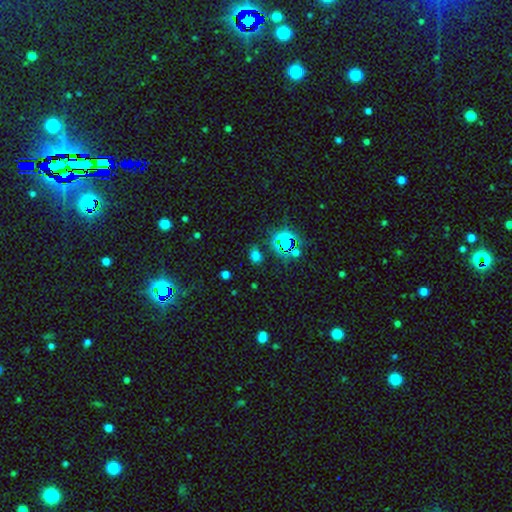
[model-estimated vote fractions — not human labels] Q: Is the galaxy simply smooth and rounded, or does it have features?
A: smooth — 56%.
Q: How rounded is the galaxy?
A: round — 49%, tied with in between.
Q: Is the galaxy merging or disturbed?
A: none — 78%.